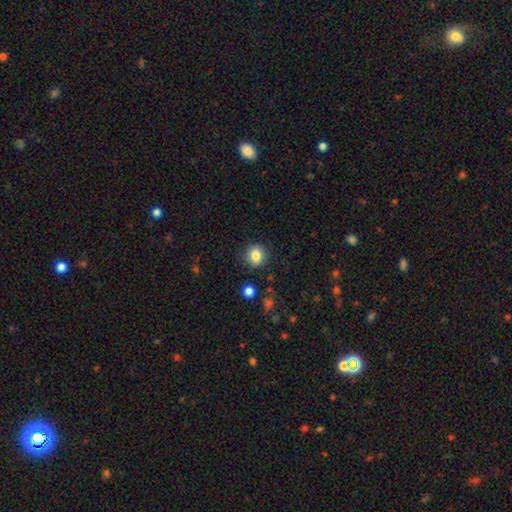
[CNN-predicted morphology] This appears to be a smooth galaxy with no disk features (83%) that is round (82%). Merging: none (89%).